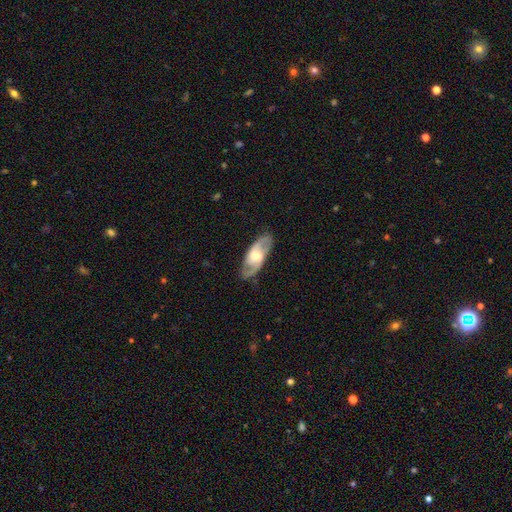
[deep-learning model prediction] Morphology: type=featured or disk (75%); edge-on=no (87%); bar=no (52%); spiral arms=yes (88%); winding=medium (50%); arm count=2 (86%); bulge=moderate (63%); merging=none (84%).